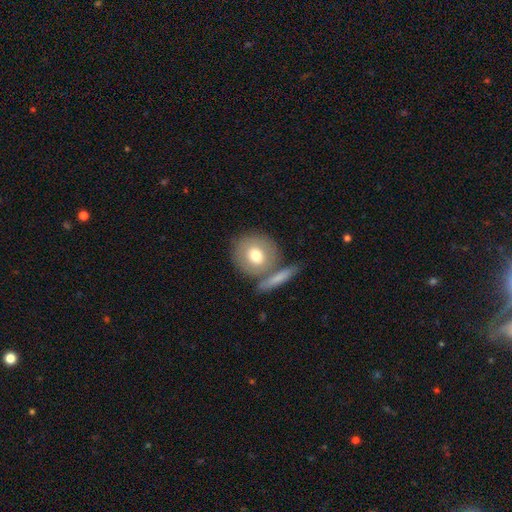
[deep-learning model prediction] Q: Smooth or featured?
A: smooth (69%); runner-up: featured or disk (24%)
Q: How rounded?
A: round (87%); runner-up: in between (11%)
Q: Merging?
A: none (64%); runner-up: merger (21%)